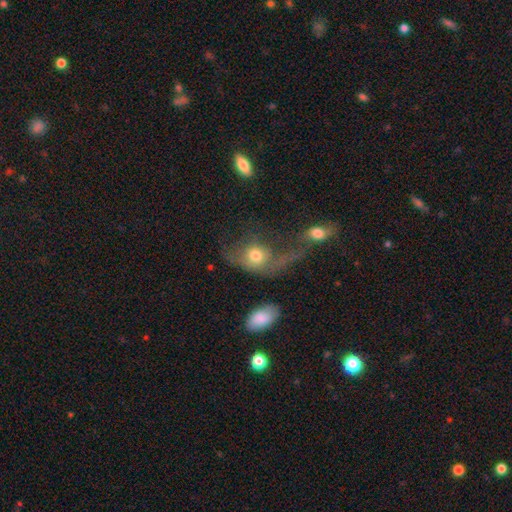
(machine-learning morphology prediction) Overall: smooth (60%; featured or disk 29%). How rounded: round (49%; in between 48%). Merging: major disturbance (40%; merger 31%).